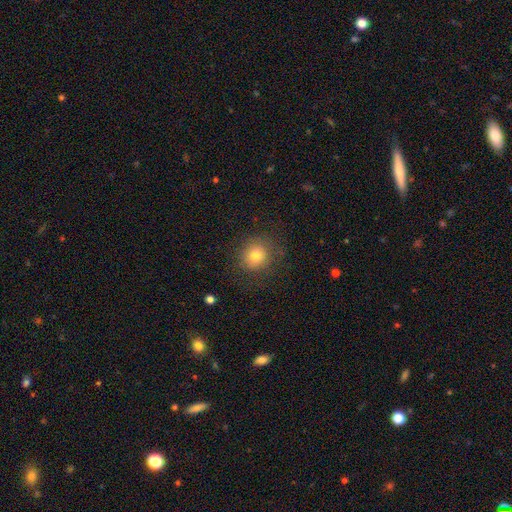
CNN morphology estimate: The model was most divided on "smooth or featured": smooth: 77%, star or artifact: 13%, featured or disk: 10%. More confident: how rounded — round (88%); merging — none (83%).